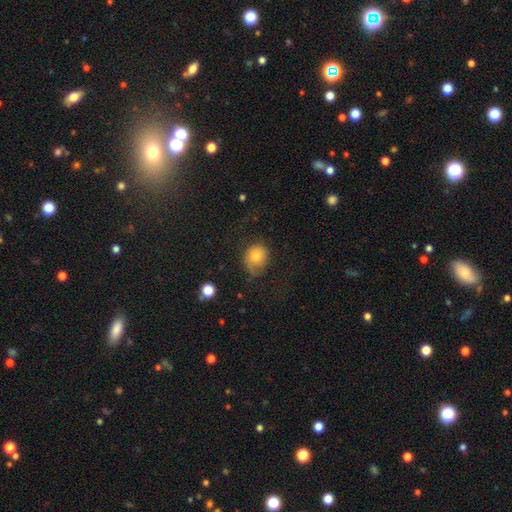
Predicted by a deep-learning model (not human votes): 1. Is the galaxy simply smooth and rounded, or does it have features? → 67% smooth, 22% featured or disk, 10% star or artifact.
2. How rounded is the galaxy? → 64% round, 35% in between, 1% cigar-shaped.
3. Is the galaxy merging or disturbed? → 53% none, 27% minor disturbance, 19% major disturbance, 2% merger.